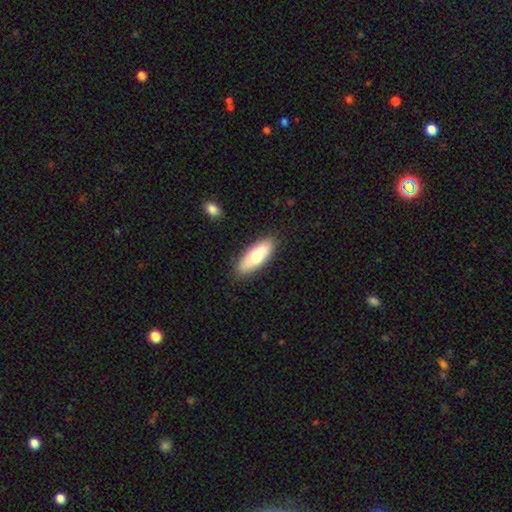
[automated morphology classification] Q: Smooth or featured?
A: smooth (69%); runner-up: featured or disk (26%)
Q: How rounded?
A: in between (67%); runner-up: cigar-shaped (31%)
Q: Merging?
A: none (87%); runner-up: minor disturbance (9%)